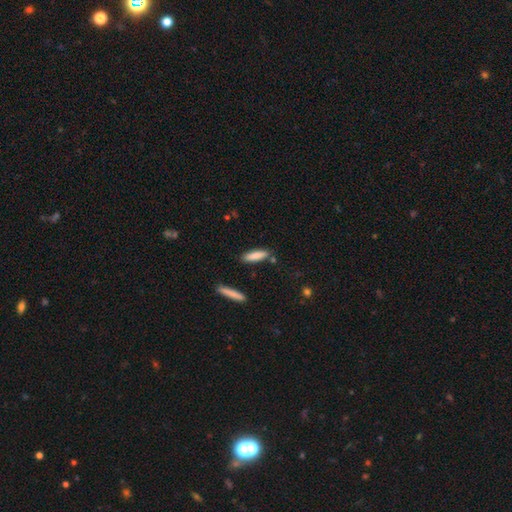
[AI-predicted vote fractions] This is clearly a smooth galaxy (83%). How rounded: likely cigar-shaped (70%). Merging: clearly none (82%).